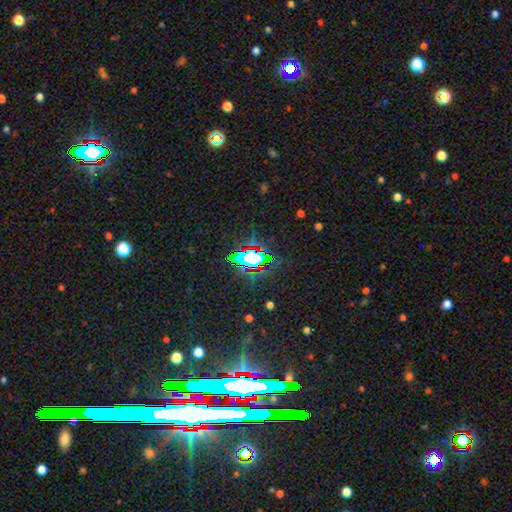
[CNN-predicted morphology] smooth-or-featured: star or artifact: 70% | smooth: 18% | featured or disk: 12%